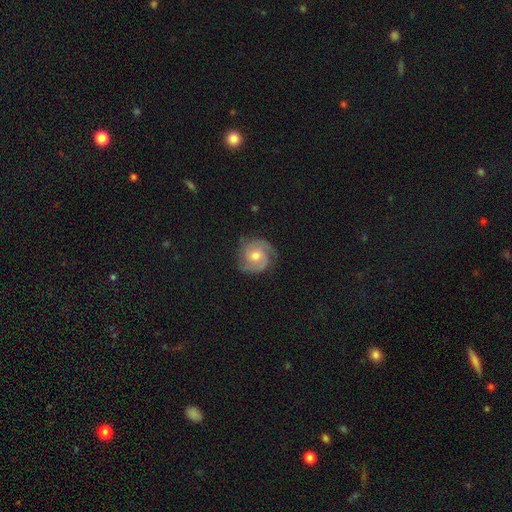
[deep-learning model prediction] Morphology: type=featured or disk (80%); edge-on=no (98%); bar=no (66%); spiral arms=yes (96%); winding=tight (51%); arm count=2 (66%); bulge=moderate (67%); merging=none (78%).